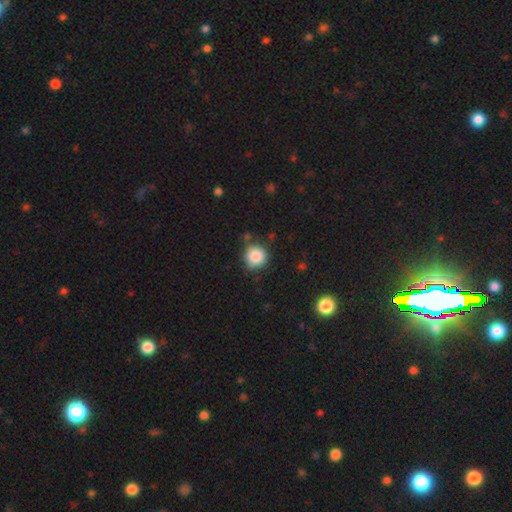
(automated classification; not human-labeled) Smooth or featured? Predicted: smooth (p=0.86). How rounded? Predicted: round (p=0.93). Merging? Predicted: none (p=0.80).